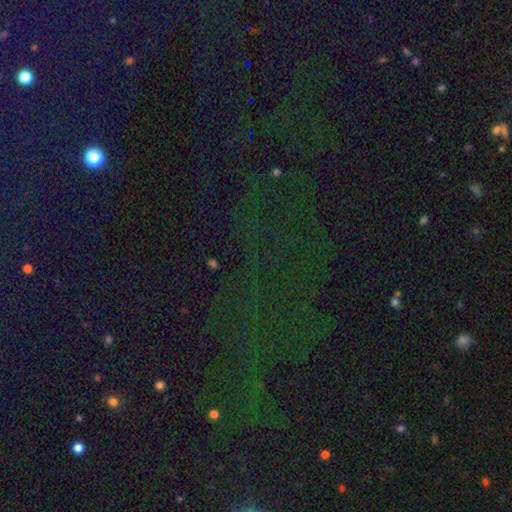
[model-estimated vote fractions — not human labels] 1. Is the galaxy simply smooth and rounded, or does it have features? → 79% star or artifact, 13% smooth, 9% featured or disk.